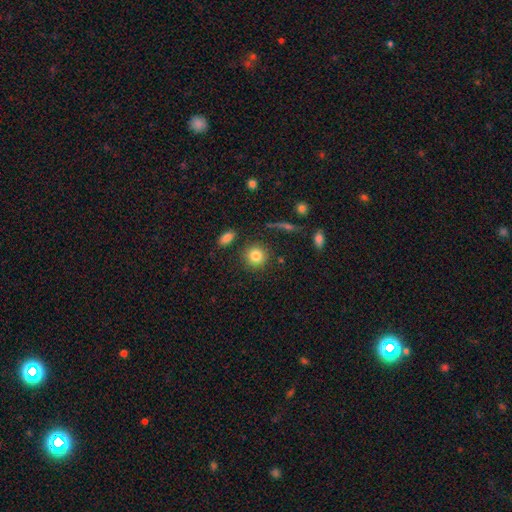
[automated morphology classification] Smooth or featured? Predicted: smooth (p=0.83). How rounded? Predicted: round (p=0.90). Merging? Predicted: none (p=0.86).